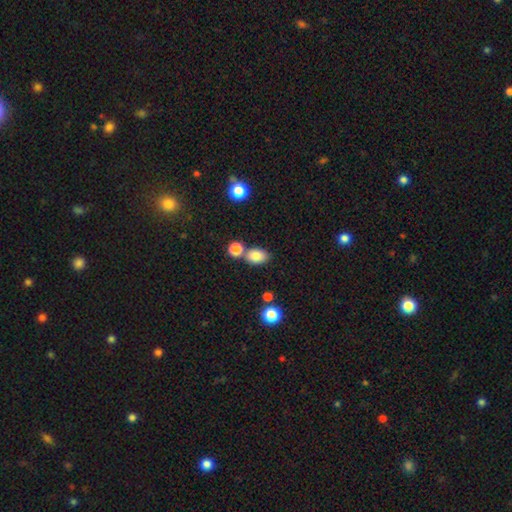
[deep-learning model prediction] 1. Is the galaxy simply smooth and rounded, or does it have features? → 82% smooth, 10% star or artifact, 8% featured or disk.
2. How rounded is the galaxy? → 74% in between, 25% round, 1% cigar-shaped.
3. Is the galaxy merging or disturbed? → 68% none, 19% merger, 11% minor disturbance, 3% major disturbance.